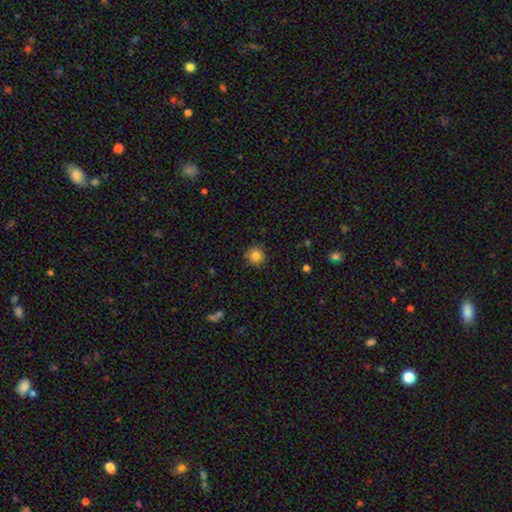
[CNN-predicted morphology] Smooth or featured: smooth — 82% (star or artifact — 12%)
How rounded: round — 93% (in between — 6%)
Merging: none — 86% (minor disturbance — 10%)